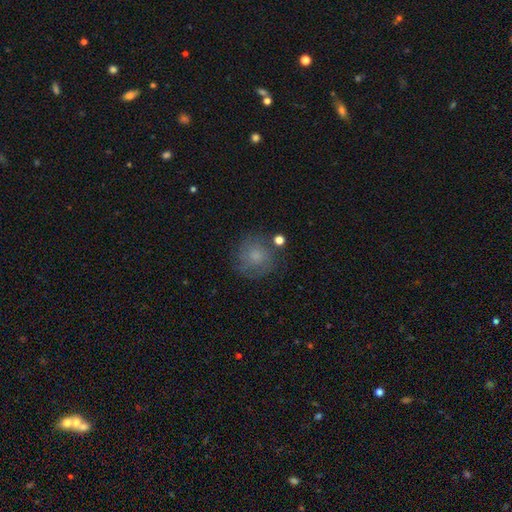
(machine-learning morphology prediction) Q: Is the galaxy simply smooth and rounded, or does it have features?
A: smooth — 66%.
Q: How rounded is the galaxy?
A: round — 90%.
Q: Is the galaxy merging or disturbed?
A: none — 72%.